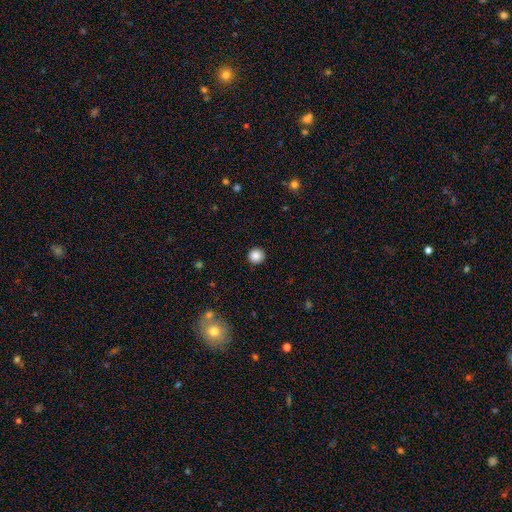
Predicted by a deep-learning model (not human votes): A smooth galaxy with no disk features (87%) that is round (96%). Merging: none (93%).